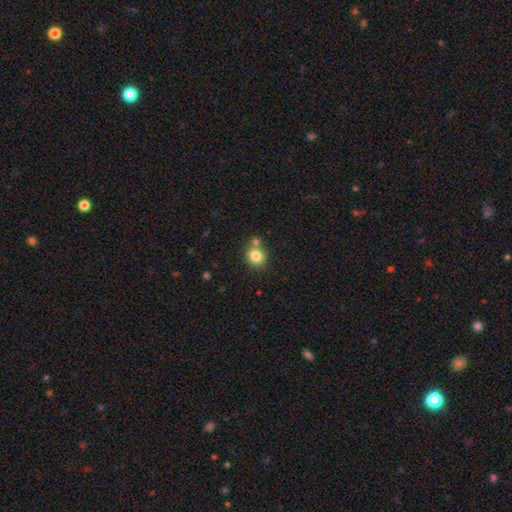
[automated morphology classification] Smooth or featured?
  - smooth: 81% *
  - star or artifact: 11%
  - featured or disk: 8%
How rounded?
  - round: 82% *
  - in between: 17%
  - cigar-shaped: 1%
Merging?
  - none: 63% *
  - merger: 25%
  - minor disturbance: 10%
  - major disturbance: 3%